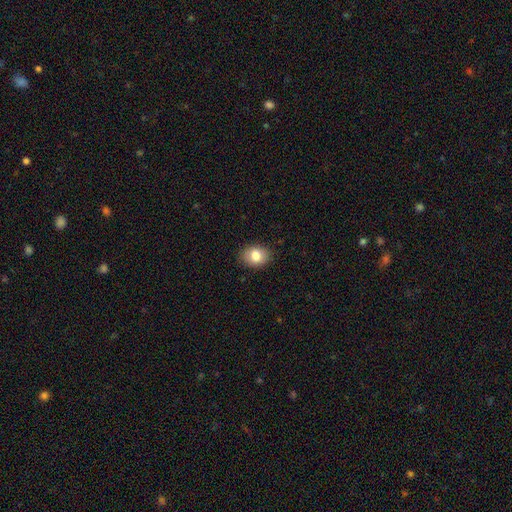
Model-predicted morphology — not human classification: Overall: smooth (82%). How rounded: in between (63%; round 36%). Merging: none (87%).